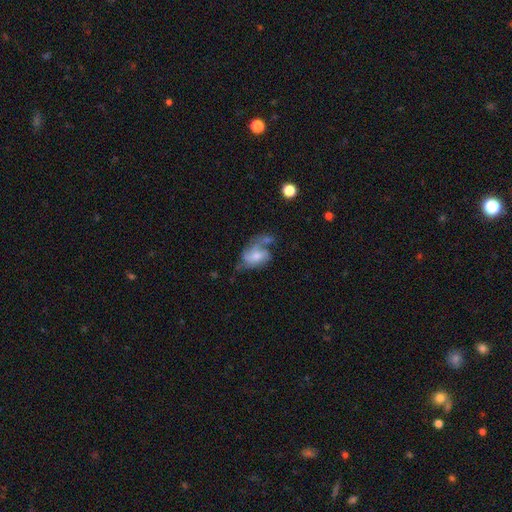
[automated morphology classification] smooth-or-featured: featured or disk: 53% | smooth: 39% | star or artifact: 8%
  disk-edge-on: no: 96% | yes: 4%
    bar: no: 55% | weak: 35% | strong: 10%
    has-spiral-arms: yes: 71% | no: 29%
    bulge-size: moderate: 40% (tied) | small: 40% (tied) | none: 11% | large: 8% | dominant: 2%
  merging: major disturbance: 31% | none: 29% | minor disturbance: 24% | merger: 16%